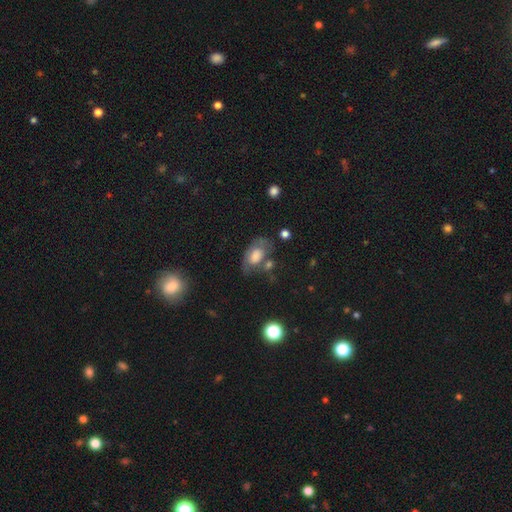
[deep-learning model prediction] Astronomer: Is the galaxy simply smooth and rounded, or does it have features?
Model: smooth — 54% (runner-up: featured or disk, 35%).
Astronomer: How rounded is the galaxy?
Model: in between — 88%.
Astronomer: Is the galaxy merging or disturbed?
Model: none — 48% (runner-up: minor disturbance, 25%).